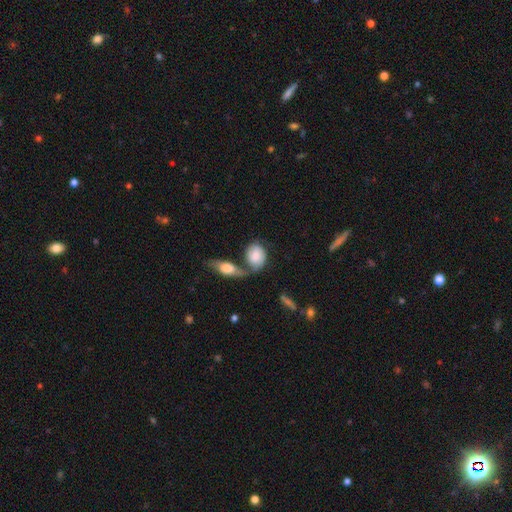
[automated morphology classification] type=smooth (66%); roundness=in between (64%); merging=merger (53%).